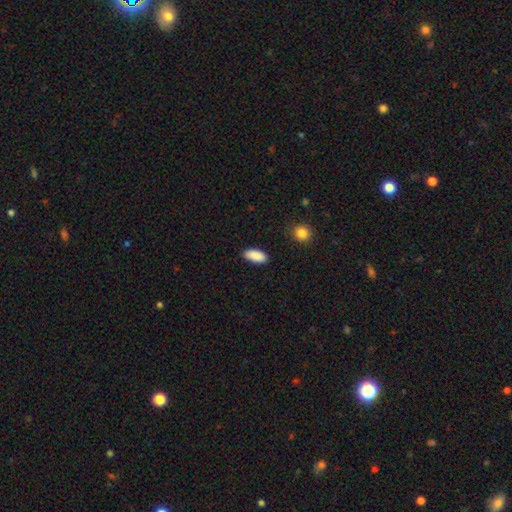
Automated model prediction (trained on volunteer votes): Smooth or featured? Predicted: smooth (p=0.90). How rounded? Predicted: in between (p=0.87). Merging? Predicted: none (p=0.88).